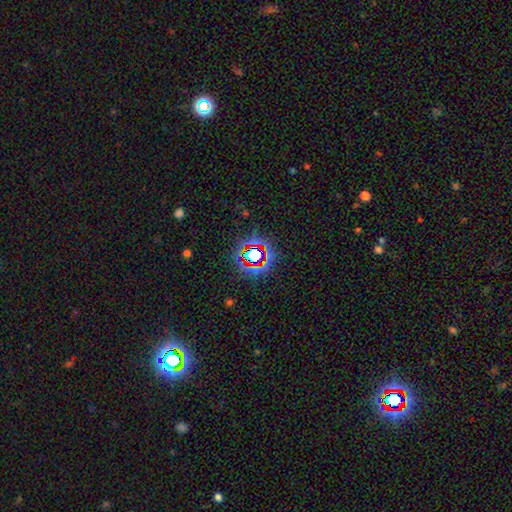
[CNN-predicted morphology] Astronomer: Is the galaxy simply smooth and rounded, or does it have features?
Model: star or artifact — 69%.